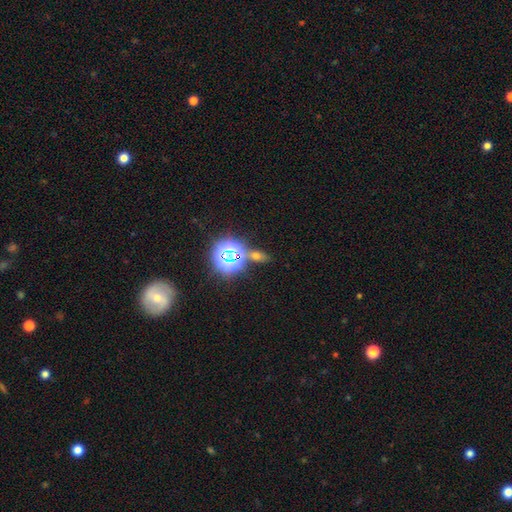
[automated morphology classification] type=star or artifact (45%).